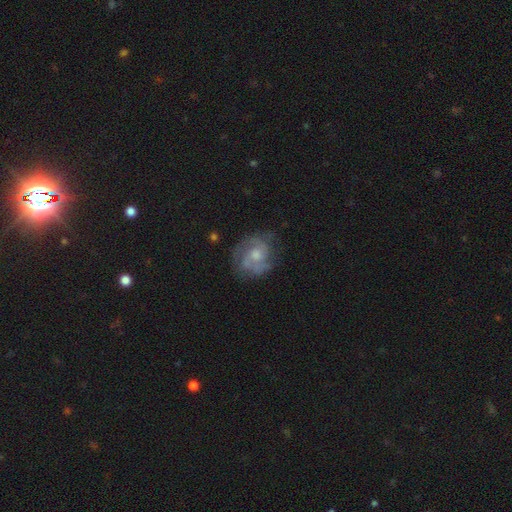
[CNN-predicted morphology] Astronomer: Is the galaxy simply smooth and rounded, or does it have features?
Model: featured or disk — 72%.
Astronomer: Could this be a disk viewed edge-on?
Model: no — 98%.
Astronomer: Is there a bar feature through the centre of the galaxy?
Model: no — 71%.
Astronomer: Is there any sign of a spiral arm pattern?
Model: yes — 85%.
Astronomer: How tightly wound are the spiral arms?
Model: medium — 44% (runner-up: tight, 41%).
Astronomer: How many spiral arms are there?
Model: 2 — 52%.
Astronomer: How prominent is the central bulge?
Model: moderate — 57%.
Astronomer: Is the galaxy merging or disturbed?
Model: none — 67%.